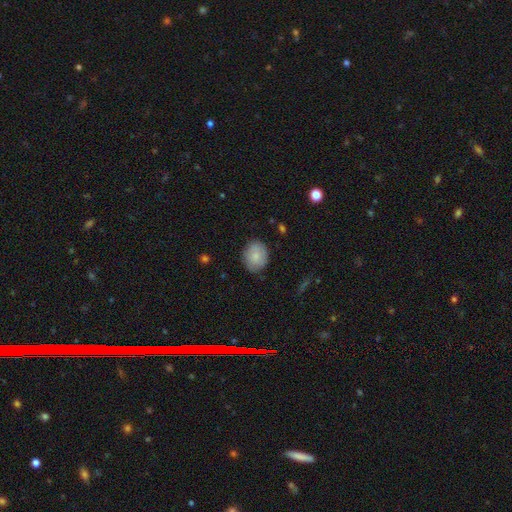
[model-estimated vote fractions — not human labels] This is likely a smooth galaxy (80%). How rounded: possibly round (56%). Merging: likely none (80%).